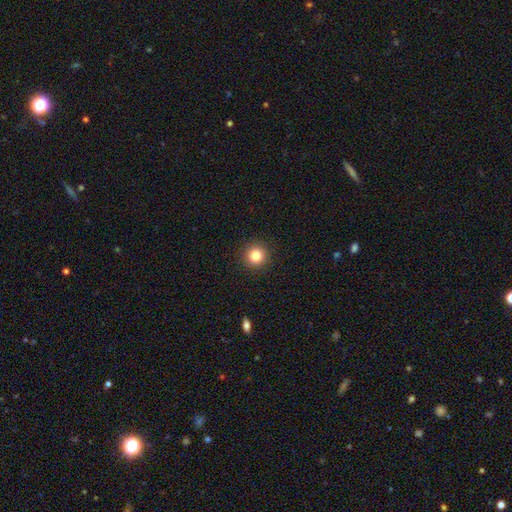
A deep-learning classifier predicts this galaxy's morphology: Smooth or featured: smooth — 83% (star or artifact — 11%)
How rounded: round — 95% (in between — 4%)
Merging: none — 93% (minor disturbance — 5%)